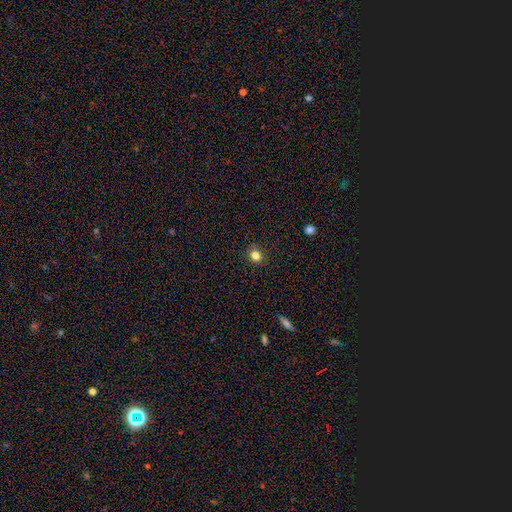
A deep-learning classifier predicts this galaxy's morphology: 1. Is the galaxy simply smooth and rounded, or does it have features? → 82% smooth, 13% star or artifact, 6% featured or disk.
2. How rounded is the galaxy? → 71% round, 28% in between, 1% cigar-shaped.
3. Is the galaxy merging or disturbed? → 86% none, 10% minor disturbance, 2% major disturbance, 1% merger.